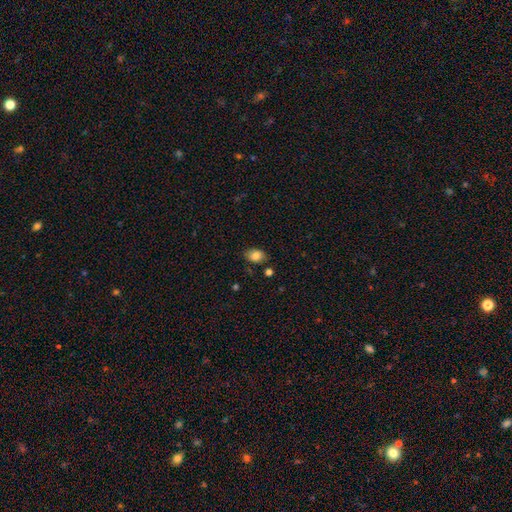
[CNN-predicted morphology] Smooth or featured? smooth (84%)
How rounded? in between (80%)
Merging? none (79%)